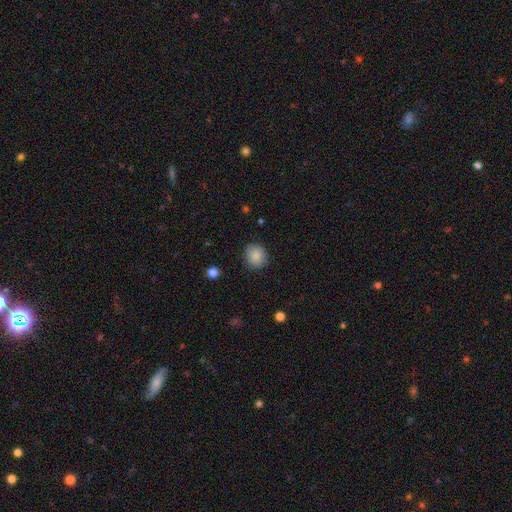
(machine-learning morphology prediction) smooth 87%, star or artifact 8%, featured or disk 5%. Down the decision tree: how rounded — round (78%); merging — none (87%).